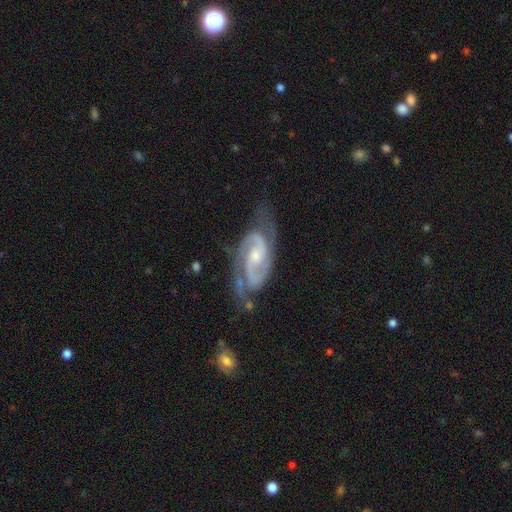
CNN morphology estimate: This appears to be a featured or disk galaxy (92%) with no bar (45%), 2 (89%) medium (50%) spiral arms (98%) and a small central bulge (55%). Merging: none (66%).